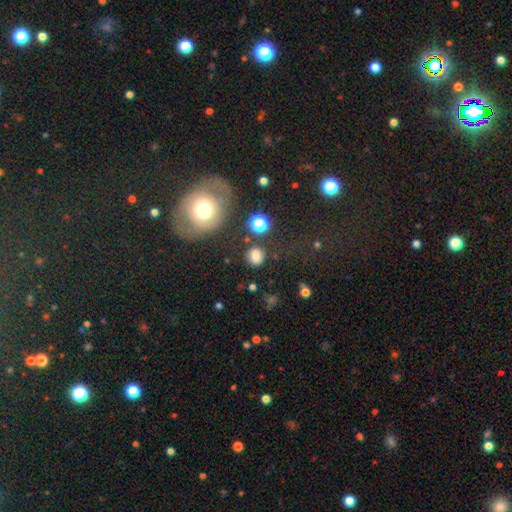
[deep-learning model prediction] A smooth galaxy with no disk features (77%) that is round (79%). Merging: none (79%).